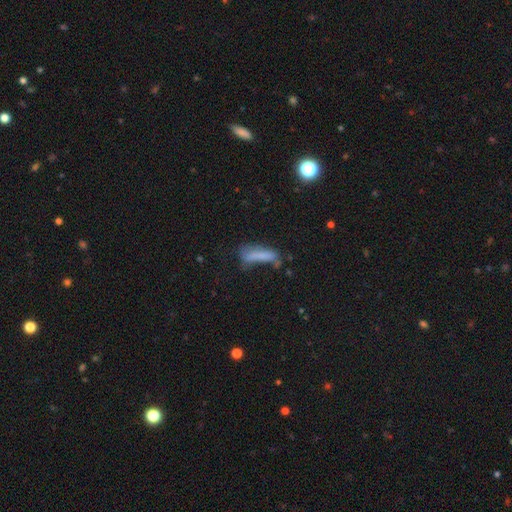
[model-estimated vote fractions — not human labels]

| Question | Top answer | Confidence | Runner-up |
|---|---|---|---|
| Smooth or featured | smooth | 65% | featured or disk (22%) |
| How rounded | cigar-shaped | 71% | in between (26%) |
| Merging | none | 40% | minor disturbance (27%) |